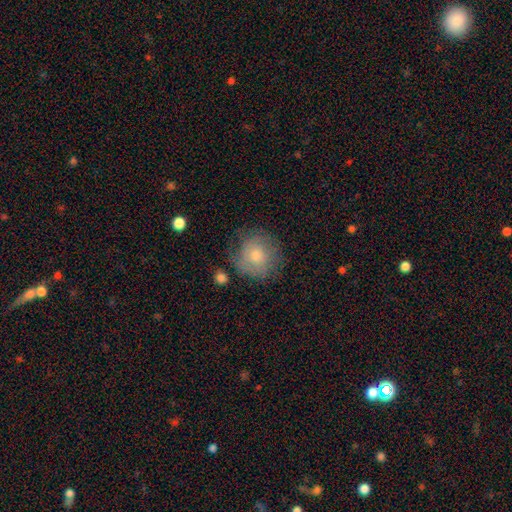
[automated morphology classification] Smooth or featured? smooth (70%)
How rounded? round (91%)
Merging? none (68%)